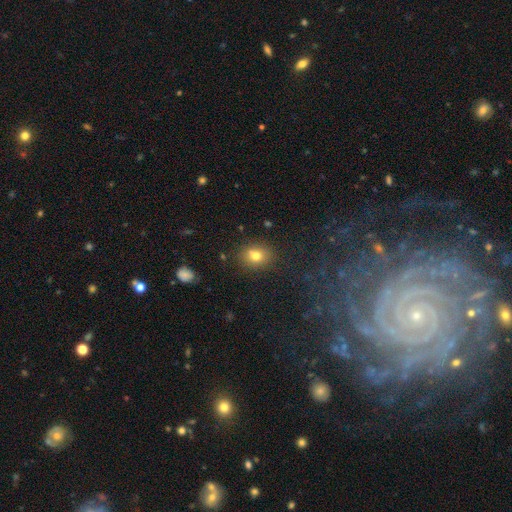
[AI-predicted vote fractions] smooth-or-featured: smooth: 76% | star or artifact: 14% | featured or disk: 11%
  how-rounded: round: 53% | in between: 45% | cigar-shaped: 1%
  merging: none: 77% | minor disturbance: 13% | merger: 6% | major disturbance: 4%